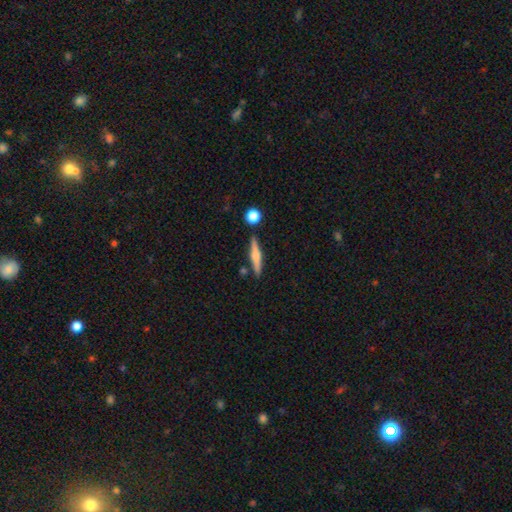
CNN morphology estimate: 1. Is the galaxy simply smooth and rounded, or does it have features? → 49% featured or disk, 45% smooth, 7% star or artifact.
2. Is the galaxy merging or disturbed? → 84% none, 9% minor disturbance, 4% merger, 2% major disturbance.